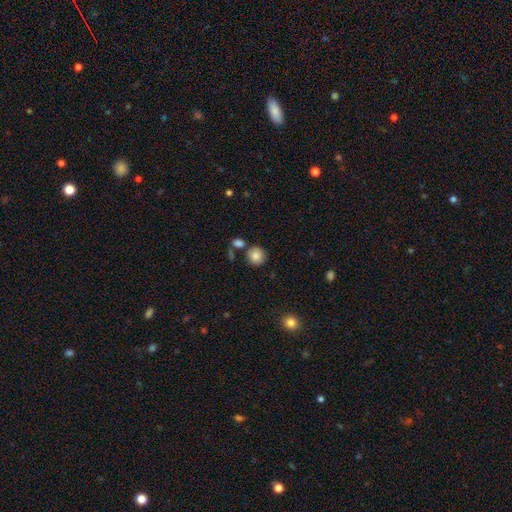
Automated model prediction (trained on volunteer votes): The model was most divided on "merging": none: 75%, merger: 12%, minor disturbance: 10%, major disturbance: 3%. More confident: how rounded — round (90%); smooth or featured — smooth (85%).